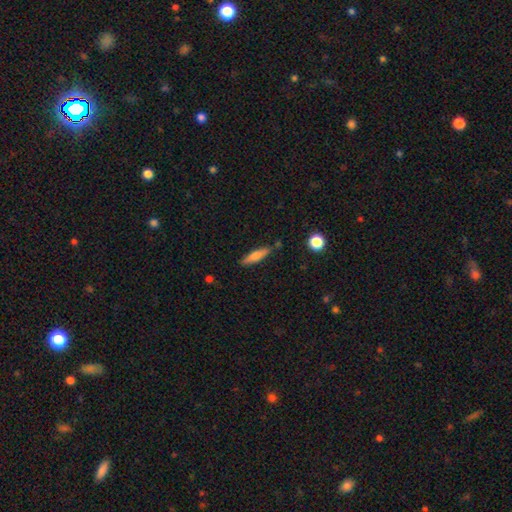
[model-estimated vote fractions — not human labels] Smooth or featured: smooth — 68% (featured or disk — 26%)
How rounded: cigar-shaped — 75% (in between — 23%)
Merging: none — 82% (minor disturbance — 12%)